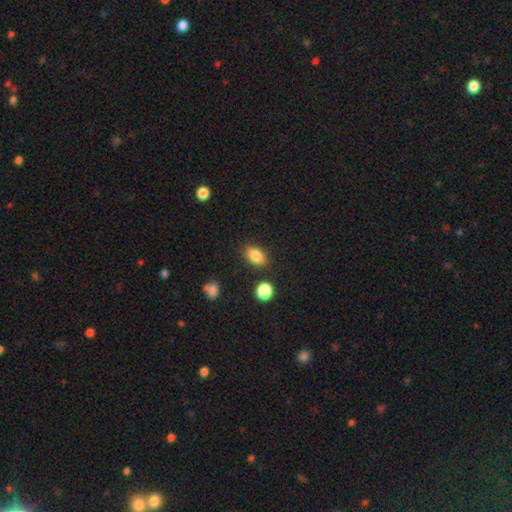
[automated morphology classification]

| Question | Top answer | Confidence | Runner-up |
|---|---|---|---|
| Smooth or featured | smooth | 84% | star or artifact (9%) |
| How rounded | in between | 85% | round (13%) |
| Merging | none | 83% | minor disturbance (11%) |